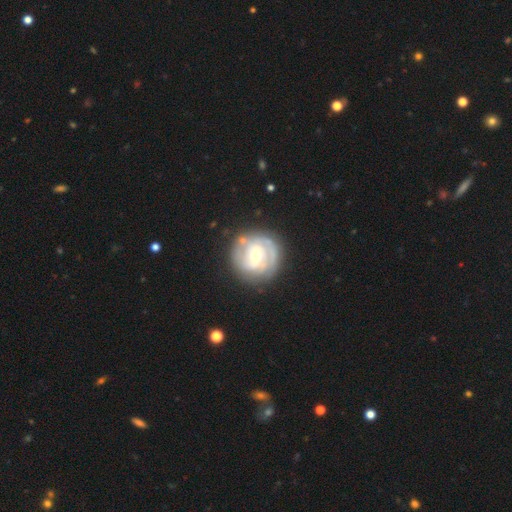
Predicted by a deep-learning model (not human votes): Morphology: type=featured or disk (79%); edge-on=no (97%); bar=weak (46%); spiral arms=yes (88%); winding=tight (68%); arm count=2 (42%); bulge=moderate (68%); merging=none (79%).